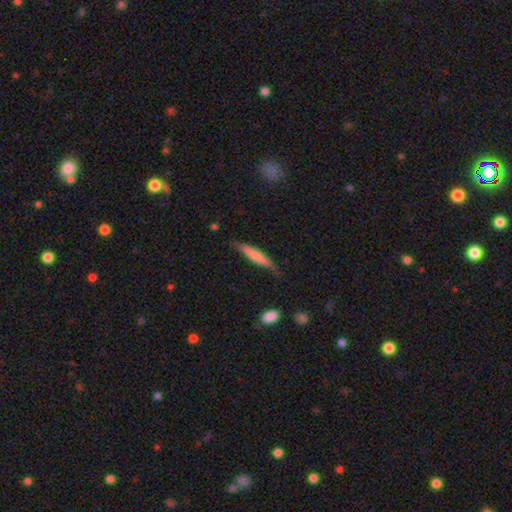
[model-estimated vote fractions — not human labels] A smooth galaxy with no disk features (64%) that is cigar-shaped (88%).

Vote fractions:
- Smooth or featured? smooth: 64% / featured or disk: 30% / star or artifact: 6%
- How rounded? cigar-shaped: 88% / in between: 11% / round: 2%
- Merging? none: 71% / minor disturbance: 22% / major disturbance: 5% / merger: 2%